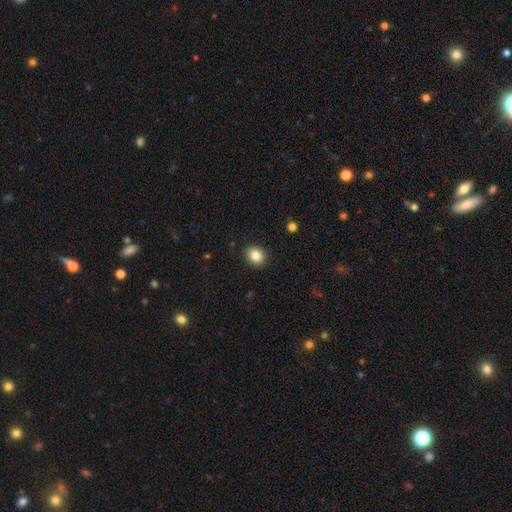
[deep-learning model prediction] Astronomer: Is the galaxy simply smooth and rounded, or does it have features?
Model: smooth — 85%.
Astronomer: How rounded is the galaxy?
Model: round — 72%.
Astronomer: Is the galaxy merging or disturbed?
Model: none — 91%.